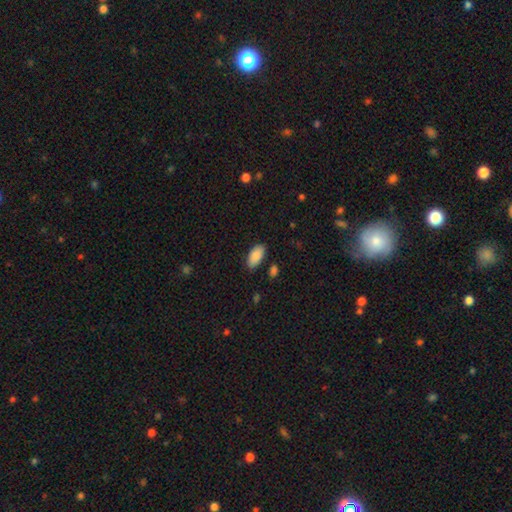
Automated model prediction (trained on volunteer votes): Q: Smooth or featured?
A: smooth (88%); runner-up: star or artifact (7%)
Q: How rounded?
A: in between (94%); runner-up: cigar-shaped (4%)
Q: Merging?
A: none (83%); runner-up: minor disturbance (12%)